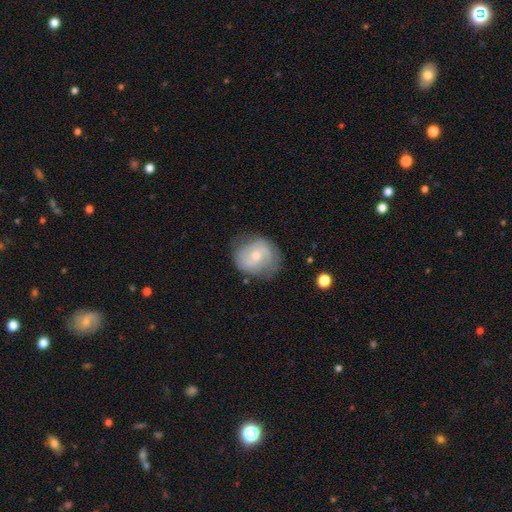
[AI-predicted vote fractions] This appears to be a featured or disk galaxy (61%) with no bar (62%), spiral arms (83%) and a small central bulge (56%). Merging: none (65%).